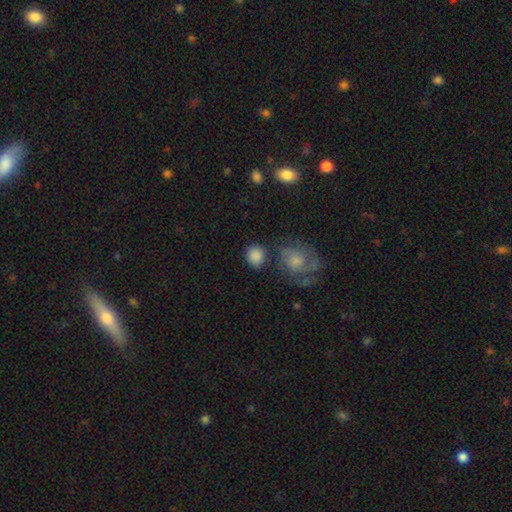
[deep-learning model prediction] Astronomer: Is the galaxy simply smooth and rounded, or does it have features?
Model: smooth — 85%.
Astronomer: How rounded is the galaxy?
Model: round — 80%.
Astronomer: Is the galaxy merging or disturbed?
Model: none — 70%.